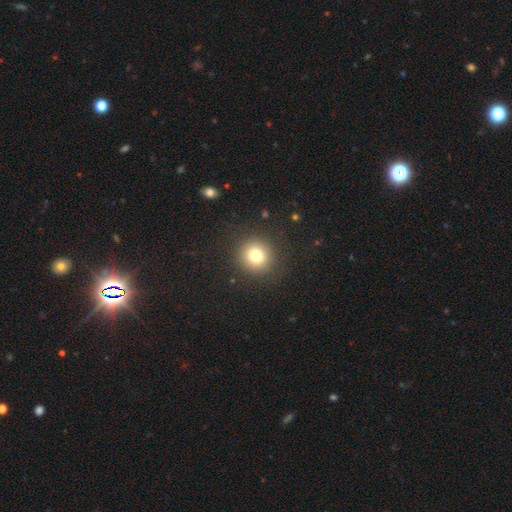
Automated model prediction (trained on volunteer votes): This is likely a smooth galaxy (78%). How rounded: clearly round (92%). Merging: clearly none (90%).